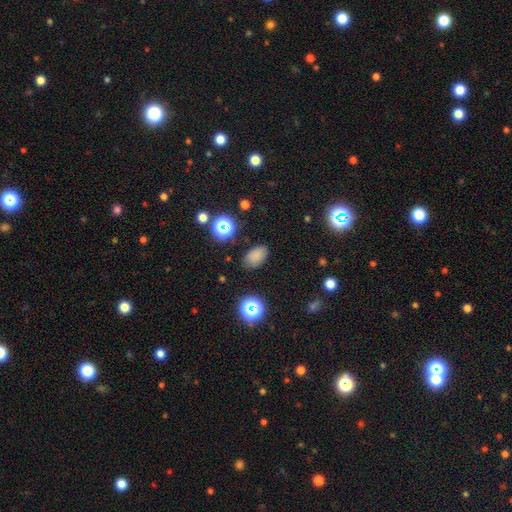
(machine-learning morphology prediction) This appears to be a smooth galaxy with no disk features (79%) that is in between round and cigar-shaped (88%). Merging: none (82%).